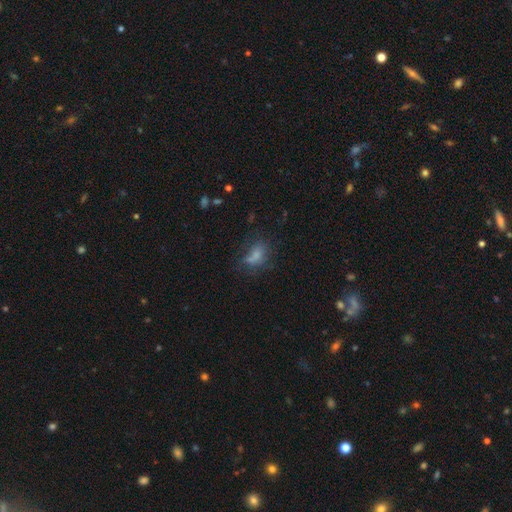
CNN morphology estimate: Q: Smooth or featured?
A: smooth (66%); runner-up: featured or disk (19%)
Q: How rounded?
A: in between (75%); runner-up: round (22%)
Q: Merging?
A: none (42%); runner-up: minor disturbance (24%)